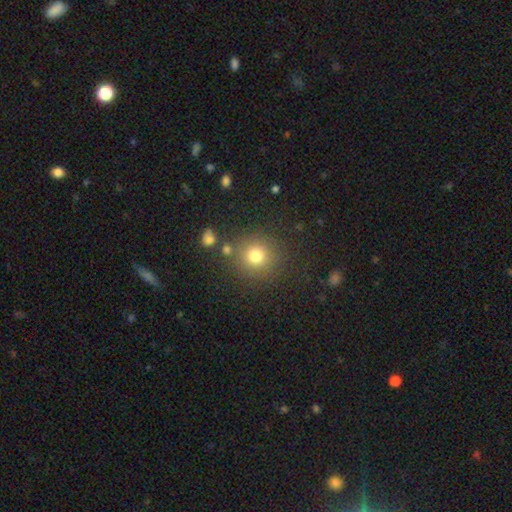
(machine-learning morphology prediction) smooth-or-featured: smooth: 77% | star or artifact: 16% | featured or disk: 8%
  how-rounded: round: 91% | in between: 8% | cigar-shaped: 1%
  merging: none: 81% | minor disturbance: 9% | merger: 6% | major disturbance: 4%